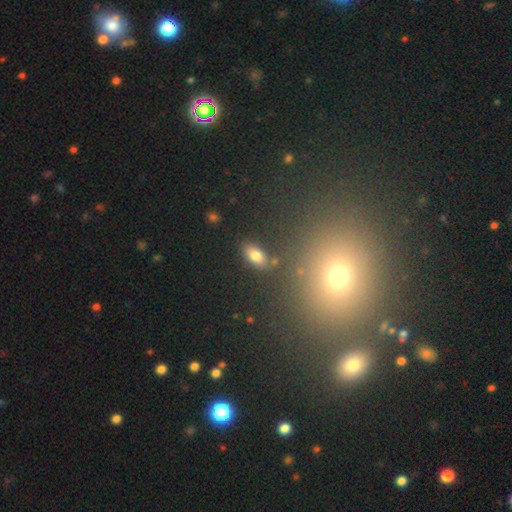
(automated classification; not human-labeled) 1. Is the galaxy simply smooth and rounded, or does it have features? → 78% smooth, 13% star or artifact, 9% featured or disk.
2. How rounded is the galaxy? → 89% in between, 6% round, 5% cigar-shaped.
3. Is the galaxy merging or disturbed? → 82% none, 10% minor disturbance, 4% merger, 4% major disturbance.